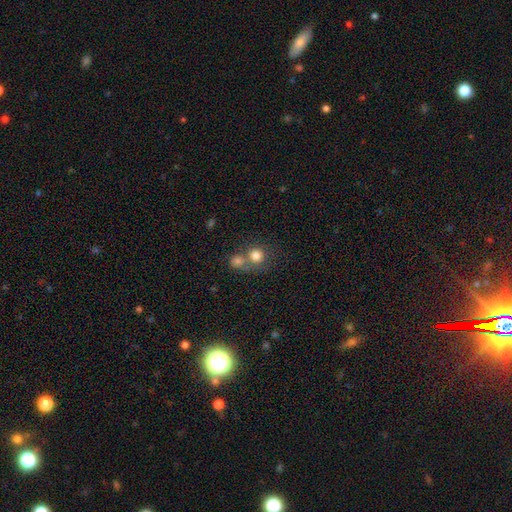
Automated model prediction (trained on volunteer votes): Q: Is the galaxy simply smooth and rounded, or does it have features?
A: smooth — 79%.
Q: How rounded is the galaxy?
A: round — 87%.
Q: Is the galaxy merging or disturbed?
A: merger — 48%.